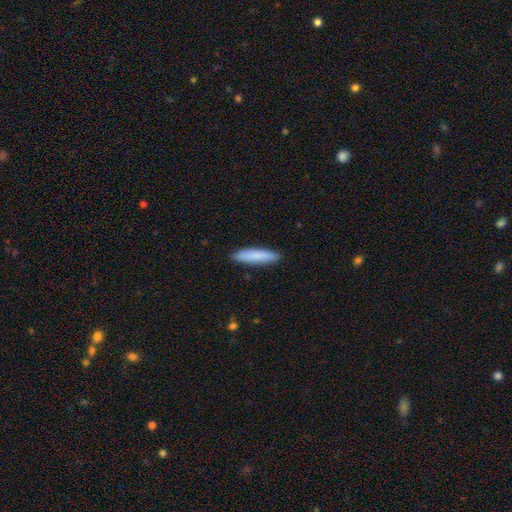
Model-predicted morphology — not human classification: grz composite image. It shows a smooth galaxy with no disk features (84%) that is cigar-shaped (82%). Merging: none (90%).